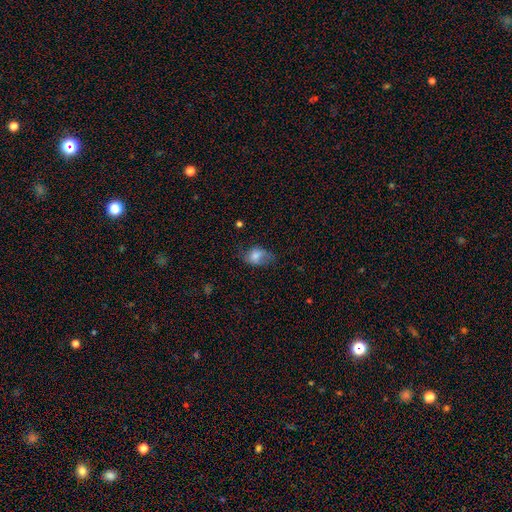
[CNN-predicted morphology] Overall: smooth (71%). How rounded: in between (82%). Merging: none (52%; minor disturbance 31%).